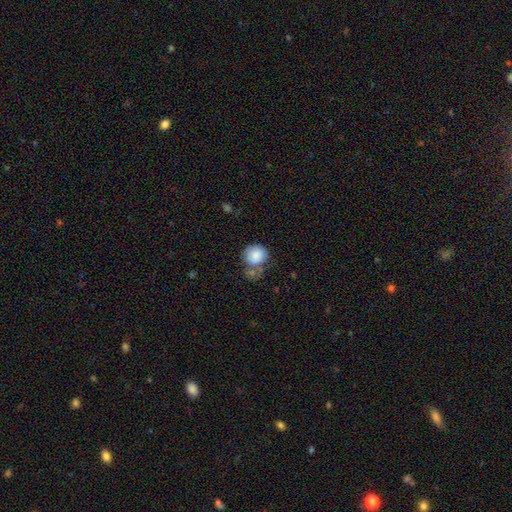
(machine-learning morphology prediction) This appears to be a smooth galaxy with no disk features (85%) that is round (82%). Merging: none (46%).